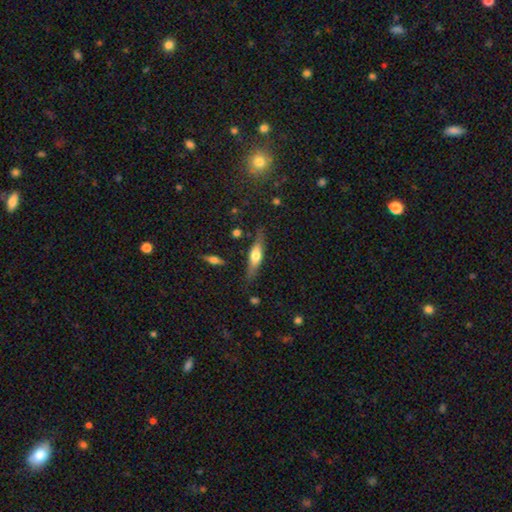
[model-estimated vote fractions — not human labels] featured or disk 47%, smooth 46%, star or artifact 7%. Down the decision tree: merging — none (78%).